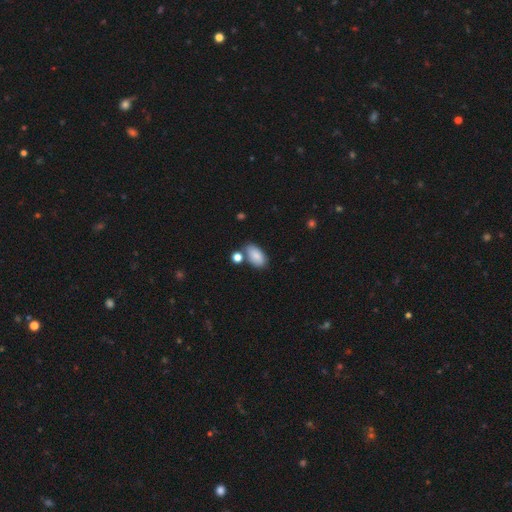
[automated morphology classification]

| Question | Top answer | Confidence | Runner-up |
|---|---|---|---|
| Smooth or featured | smooth | 84% | featured or disk (8%) |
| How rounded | in between | 93% | round (5%) |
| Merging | none | 66% | minor disturbance (16%) |